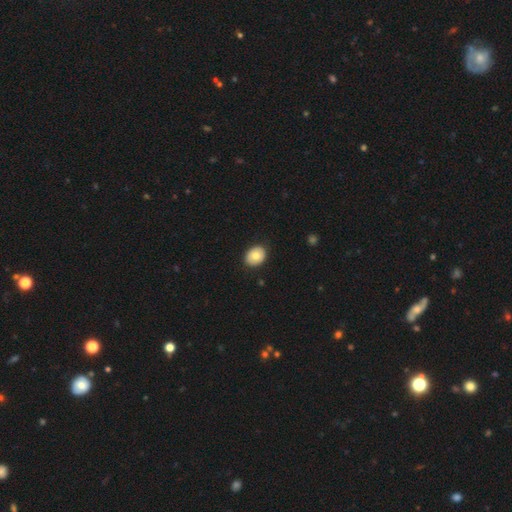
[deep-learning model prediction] Smooth or featured: smooth — 72% (featured or disk — 21%)
How rounded: in between — 58% (round — 41%)
Merging: none — 88% (minor disturbance — 9%)